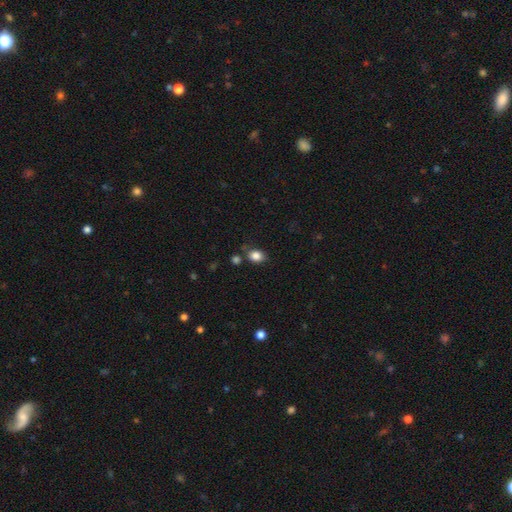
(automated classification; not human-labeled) Q: Smooth or featured?
A: smooth (85%); runner-up: star or artifact (10%)
Q: How rounded?
A: in between (59%); runner-up: round (40%)
Q: Merging?
A: none (73%); runner-up: minor disturbance (15%)